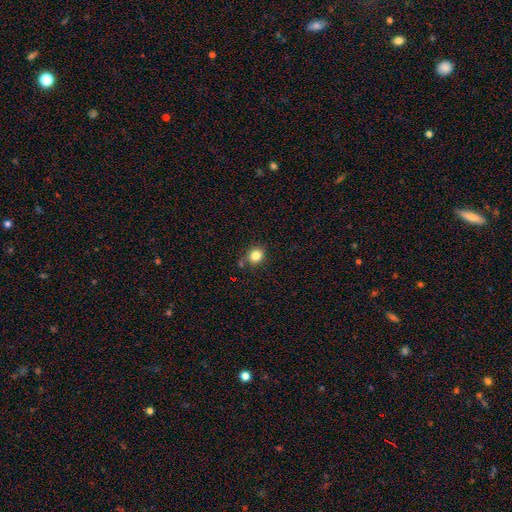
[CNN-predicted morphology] Smooth or featured? Predicted: smooth (p=0.82). How rounded? Predicted: round (p=0.77). Merging? Predicted: none (p=0.79).